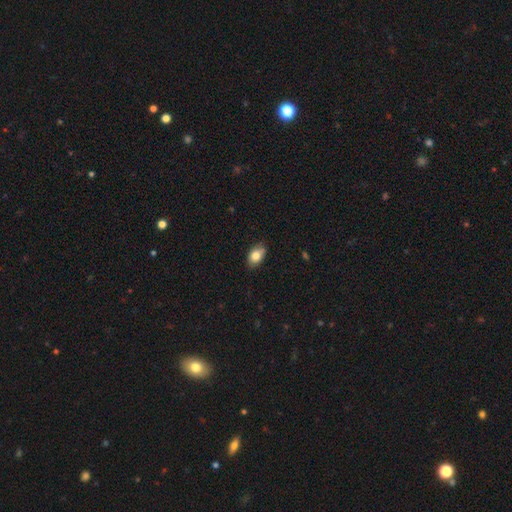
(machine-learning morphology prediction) Smooth or featured? Predicted: smooth (p=0.81). How rounded? Predicted: in between (p=0.89). Merging? Predicted: none (p=0.82).